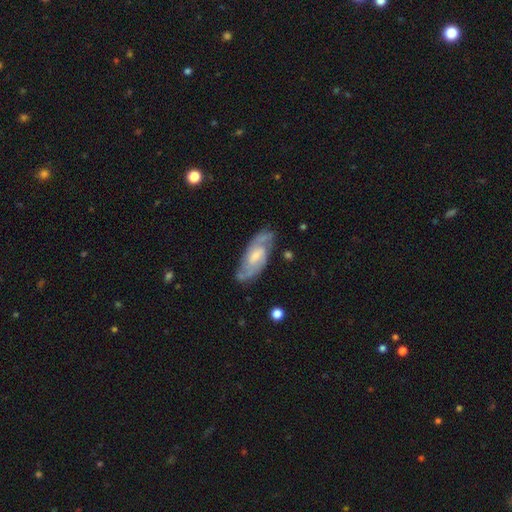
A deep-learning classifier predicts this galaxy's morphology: Smooth or featured?
  - featured or disk: 82% *
  - smooth: 13%
  - star or artifact: 5%
Edge-on disk?
  - no: 92% *
  - yes: 8%
Bar?
  - weak: 51% *
  - no: 34%
  - strong: 15%
Spiral arms?
  - yes: 95% *
  - no: 5%
Spiral winding?
  - medium: 50% *
  - tight: 35%
  - loose: 15%
Spiral arm count?
  - 2: 83% *
  - can't tell: 9%
  - 3: 4%
  - 1: 2%
  - 4: 1%
  - more than 4: 1%
Bulge size?
  - small: 42% *
  - moderate: 38%
  - none: 13%
  - large: 6%
  - dominant: 1%
Merging?
  - none: 78% *
  - minor disturbance: 16%
  - major disturbance: 5%
  - merger: 2%